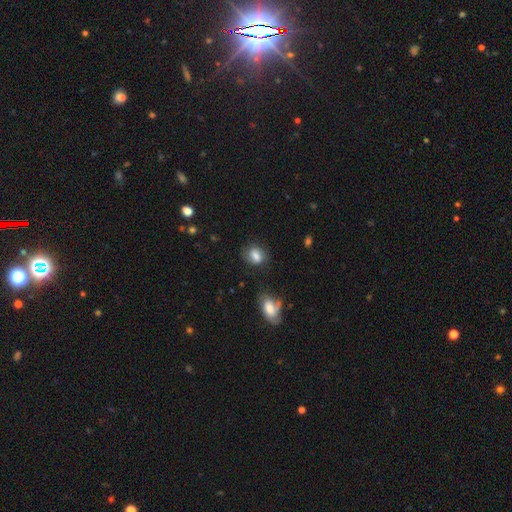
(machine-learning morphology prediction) Q: Smooth or featured?
A: smooth (74%); runner-up: featured or disk (16%)
Q: How rounded?
A: in between (62%); runner-up: round (36%)
Q: Merging?
A: none (66%); runner-up: minor disturbance (21%)